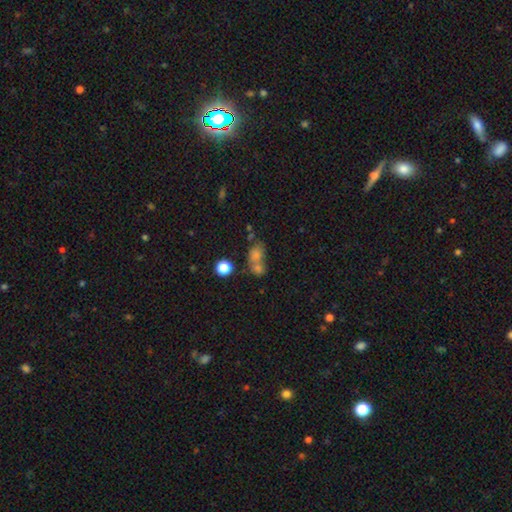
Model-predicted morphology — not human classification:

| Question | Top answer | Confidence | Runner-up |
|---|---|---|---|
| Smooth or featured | smooth | 63% | star or artifact (24%) |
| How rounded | round | 57% | in between (40%) |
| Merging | merger | 47% | none (38%) |